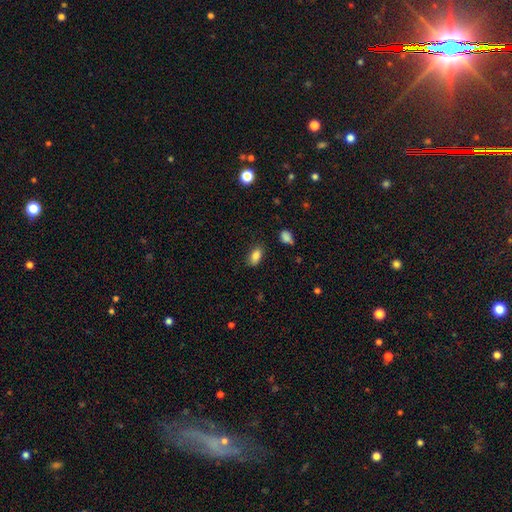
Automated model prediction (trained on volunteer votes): A smooth galaxy with no disk features (86%) that is in between round and cigar-shaped (91%). Merging: none (83%).